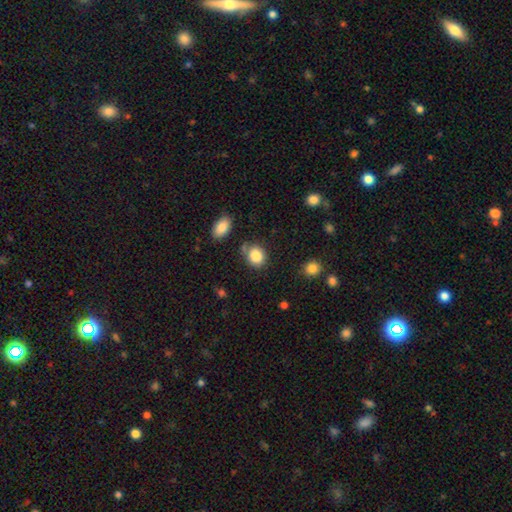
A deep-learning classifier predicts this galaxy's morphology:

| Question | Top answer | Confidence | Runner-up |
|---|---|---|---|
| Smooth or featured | smooth | 85% | star or artifact (9%) |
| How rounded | round | 61% | in between (38%) |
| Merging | none | 73% | minor disturbance (14%) |